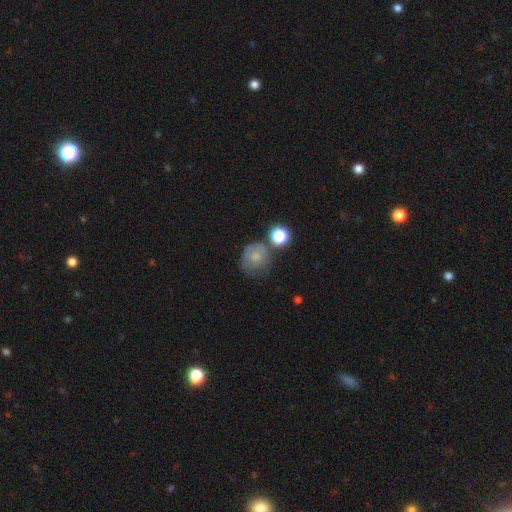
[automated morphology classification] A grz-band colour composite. It shows a smooth galaxy with no disk features (68%) that is round (80%). Merging: none (45%).